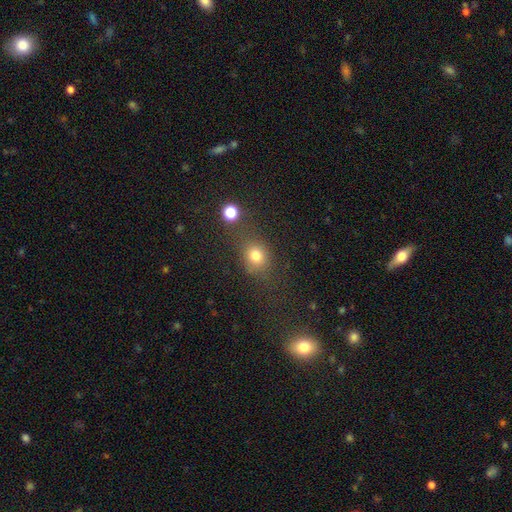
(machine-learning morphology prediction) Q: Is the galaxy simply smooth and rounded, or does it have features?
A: smooth — 76%.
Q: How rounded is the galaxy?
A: round — 64%.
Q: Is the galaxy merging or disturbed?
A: none — 66%.